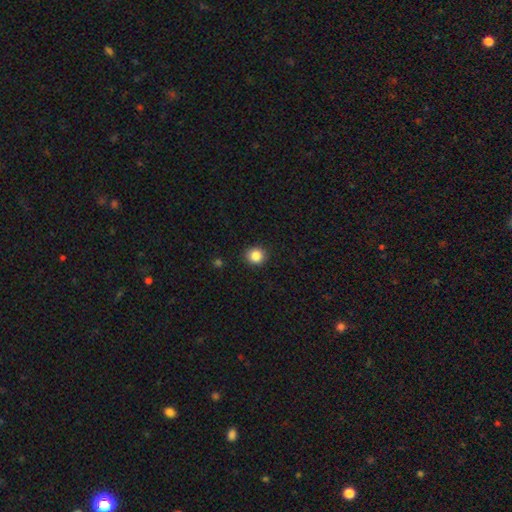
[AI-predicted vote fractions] Overall: smooth (85%). How rounded: round (89%). Merging: none (91%).